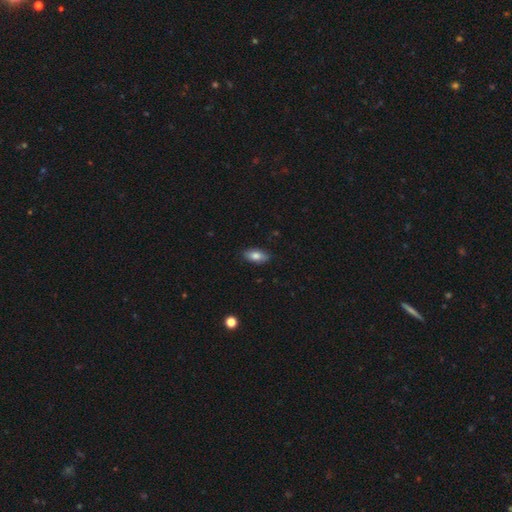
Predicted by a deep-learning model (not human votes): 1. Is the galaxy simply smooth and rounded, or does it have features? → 82% smooth, 11% featured or disk, 7% star or artifact.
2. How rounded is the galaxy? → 90% in between, 7% cigar-shaped, 4% round.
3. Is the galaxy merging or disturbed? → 87% none, 10% minor disturbance, 2% major disturbance, 1% merger.